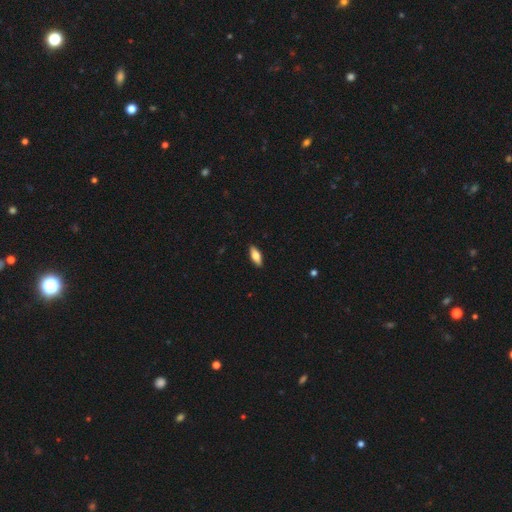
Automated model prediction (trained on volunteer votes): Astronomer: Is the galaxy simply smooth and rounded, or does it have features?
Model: smooth — 69%.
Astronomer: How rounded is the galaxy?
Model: in between — 72%.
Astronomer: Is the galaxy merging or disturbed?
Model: none — 90%.